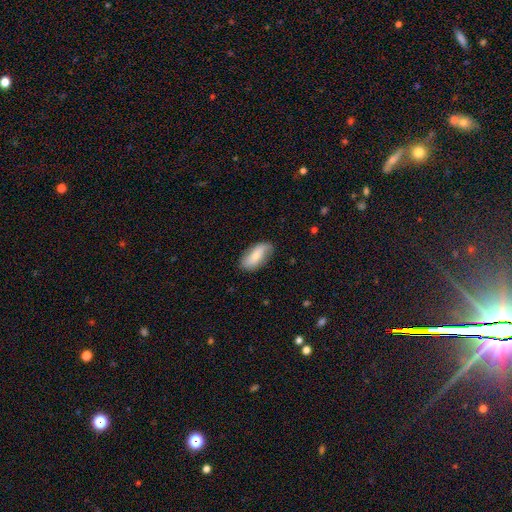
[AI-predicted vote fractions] smooth_or_featured: smooth (p=0.58) [alt: featured or disk p=0.35]
how_rounded: in between (p=0.89) [alt: cigar-shaped p=0.07]
merging: none (p=0.71) [alt: minor disturbance p=0.22]